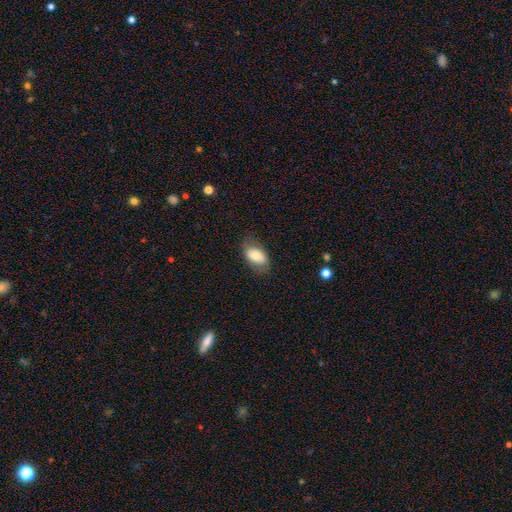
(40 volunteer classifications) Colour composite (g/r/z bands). It shows a smooth galaxy with no disk features (75%) that is in between round and cigar-shaped (90%). Merging: none (71%).